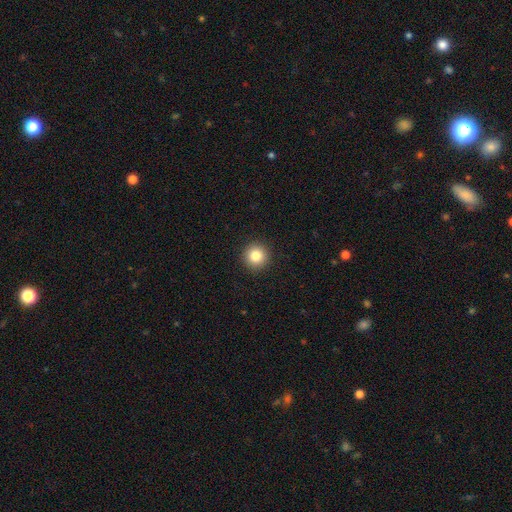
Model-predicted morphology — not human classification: Smooth or featured?
  - smooth: 83% *
  - star or artifact: 10%
  - featured or disk: 6%
How rounded?
  - round: 95% *
  - in between: 4%
  - cigar-shaped: 1%
Merging?
  - none: 93% *
  - minor disturbance: 4%
  - major disturbance: 2%
  - merger: 1%